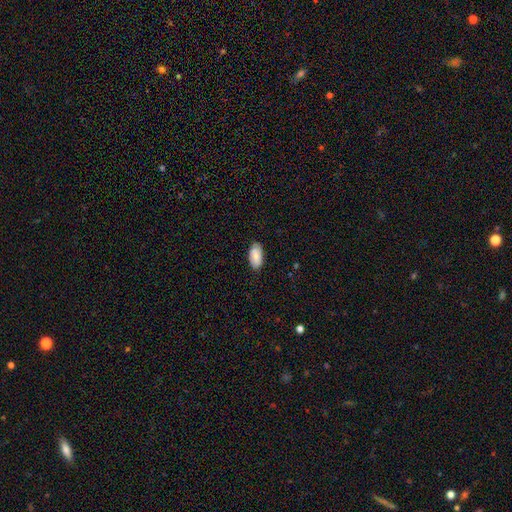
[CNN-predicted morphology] Smooth or featured? smooth (81%)
How rounded? in between (94%)
Merging? none (84%)